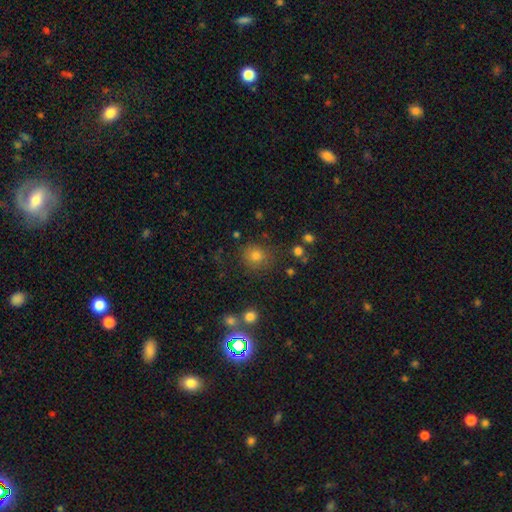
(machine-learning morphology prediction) Smooth or featured: smooth — 71% (star or artifact — 22%)
How rounded: round — 87% (in between — 12%)
Merging: none — 82% (minor disturbance — 10%)